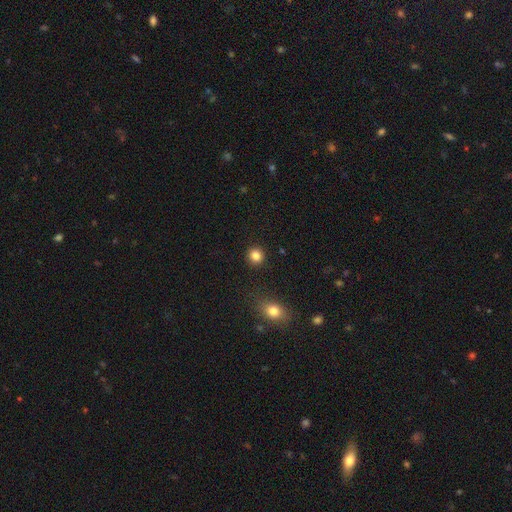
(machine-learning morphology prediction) This is clearly a smooth galaxy (85%). How rounded: clearly round (91%). Merging: clearly none (91%).